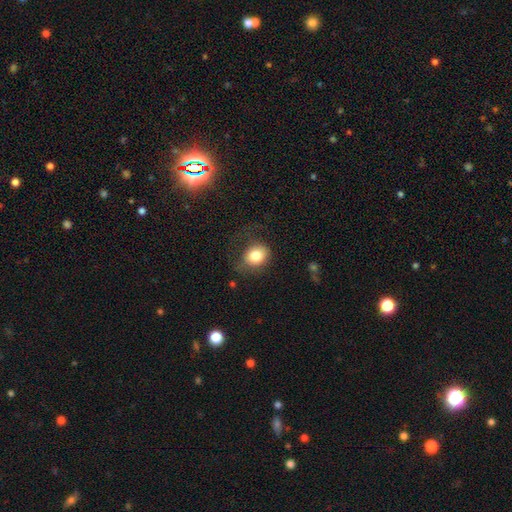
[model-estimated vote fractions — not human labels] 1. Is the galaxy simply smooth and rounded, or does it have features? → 80% smooth, 10% star or artifact, 10% featured or disk.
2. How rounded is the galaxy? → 60% round, 40% in between, 1% cigar-shaped.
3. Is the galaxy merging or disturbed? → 62% none, 22% minor disturbance, 15% major disturbance, 2% merger.